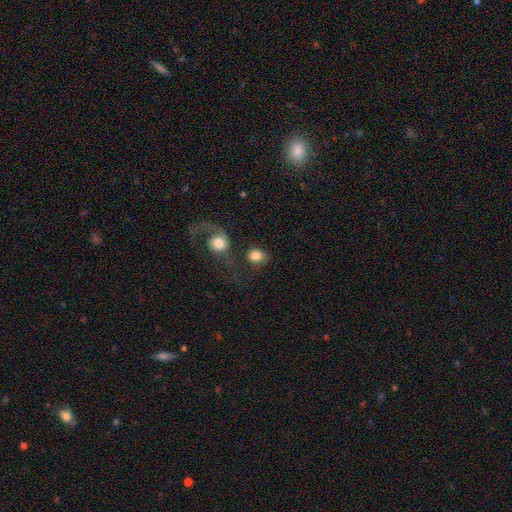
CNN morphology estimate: Smooth or featured? smooth (78%)
How rounded? round (62%)
Merging? none (43%)